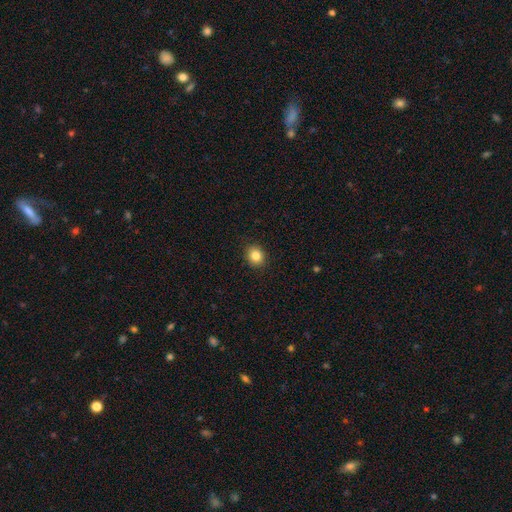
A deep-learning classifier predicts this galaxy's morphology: smooth_or_featured: smooth (p=0.84) [alt: star or artifact p=0.10]
how_rounded: round (p=0.74) [alt: in between p=0.26]
merging: none (p=0.91) [alt: minor disturbance p=0.06]